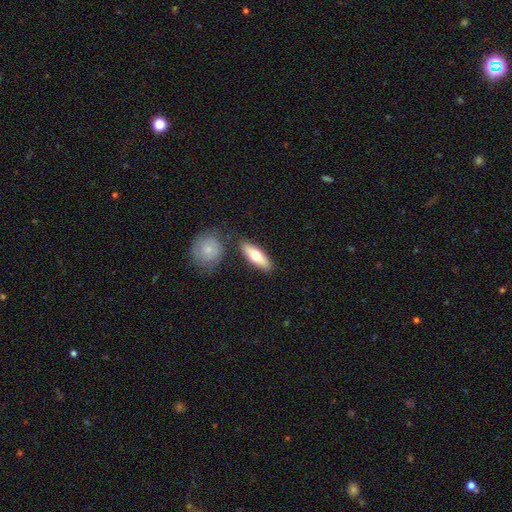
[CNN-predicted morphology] This appears to be a smooth galaxy with no disk features (65%) that is in between round and cigar-shaped (52%). Merging: none (81%).